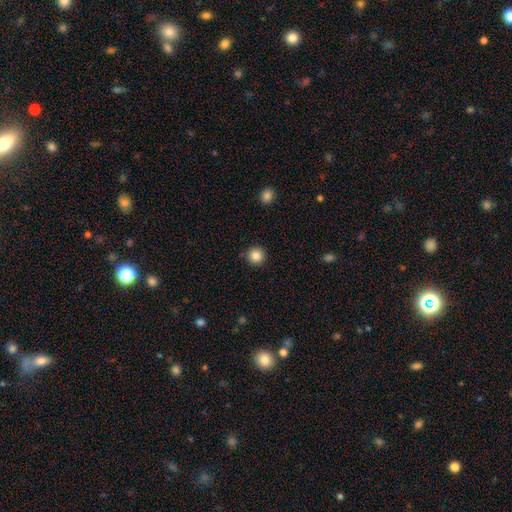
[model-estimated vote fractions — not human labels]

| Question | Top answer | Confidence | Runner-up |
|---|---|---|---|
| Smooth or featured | smooth | 85% | star or artifact (10%) |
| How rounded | round | 95% | in between (4%) |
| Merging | none | 89% | minor disturbance (7%) |